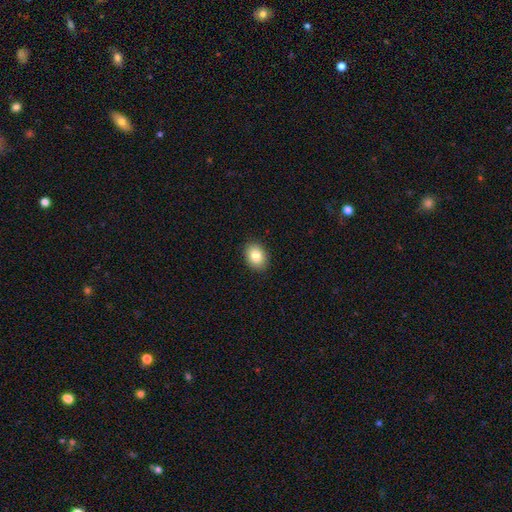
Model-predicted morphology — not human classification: A smooth galaxy with no disk features (84%) that is in between round and cigar-shaped (61%).

Vote fractions:
- Smooth or featured? smooth: 84% / star or artifact: 9% / featured or disk: 8%
- How rounded? in between: 61% / round: 38% / cigar-shaped: 1%
- Merging? none: 90% / minor disturbance: 8% / major disturbance: 2% / merger: 1%